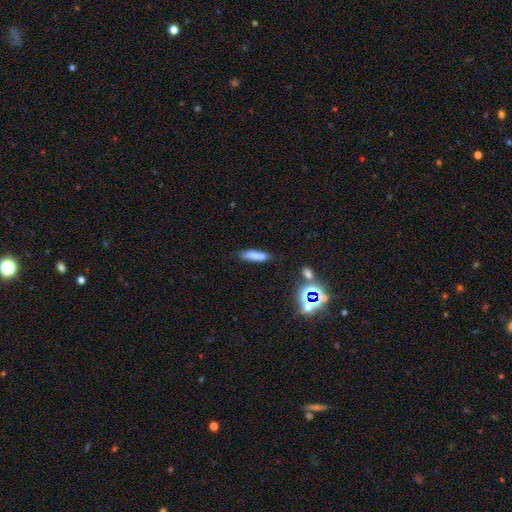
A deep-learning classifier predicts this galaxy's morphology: Overall: smooth (76%). How rounded: cigar-shaped (70%). Merging: none (70%).